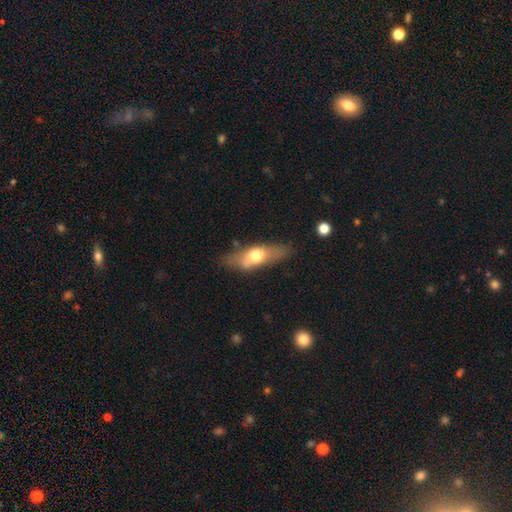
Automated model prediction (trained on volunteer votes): Smooth or featured? smooth (54%)
How rounded? in between (57%)
Merging? none (71%)